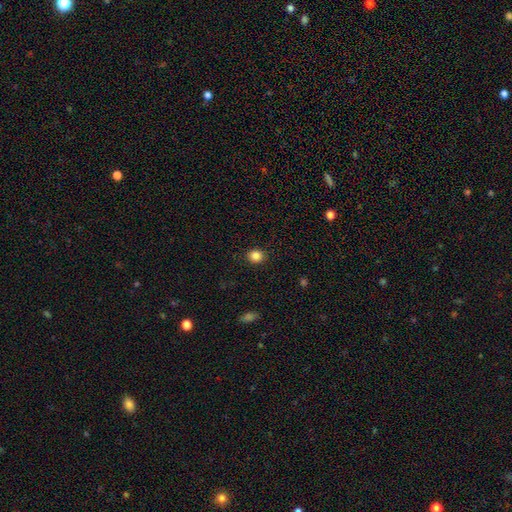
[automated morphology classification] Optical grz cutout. It shows a smooth galaxy with no disk features (84%) that is round (74%). Merging: none (91%).